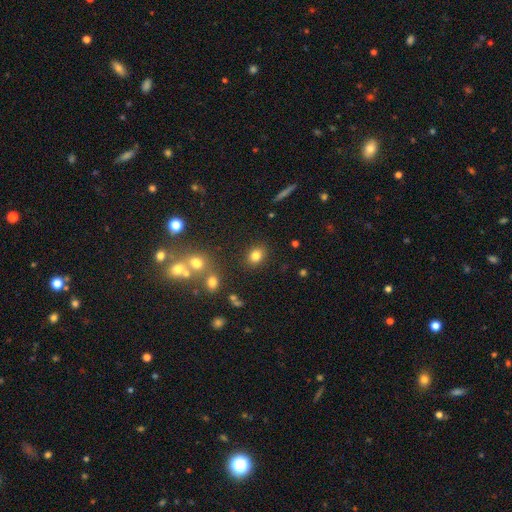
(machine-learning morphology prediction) smooth_or_featured: smooth (p=0.80) [alt: star or artifact p=0.13]
how_rounded: in between (p=0.50) [alt: round p=0.49]
merging: none (p=0.85) [alt: minor disturbance p=0.08]